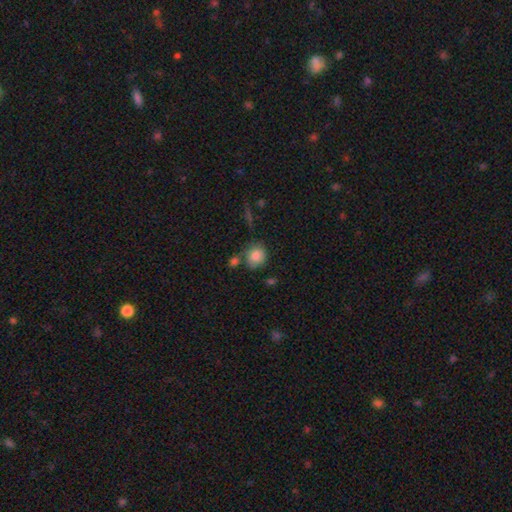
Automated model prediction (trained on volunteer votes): Morphology: type=smooth (83%); roundness=round (73%); merging=none (59%).